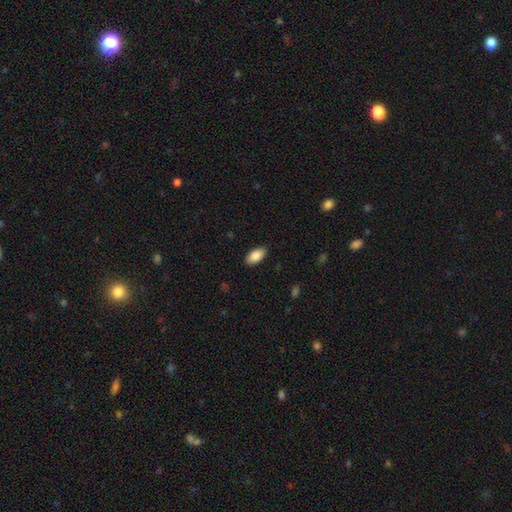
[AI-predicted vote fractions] smooth 86%, featured or disk 7%, star or artifact 7%. Down the decision tree: how rounded — in between (94%); merging — none (88%).